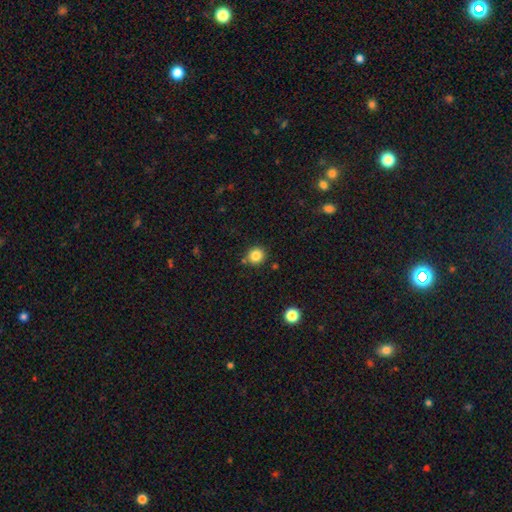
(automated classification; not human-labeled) Smooth or featured: smooth — 84% (star or artifact — 11%)
How rounded: round — 92% (in between — 7%)
Merging: none — 84% (minor disturbance — 9%)